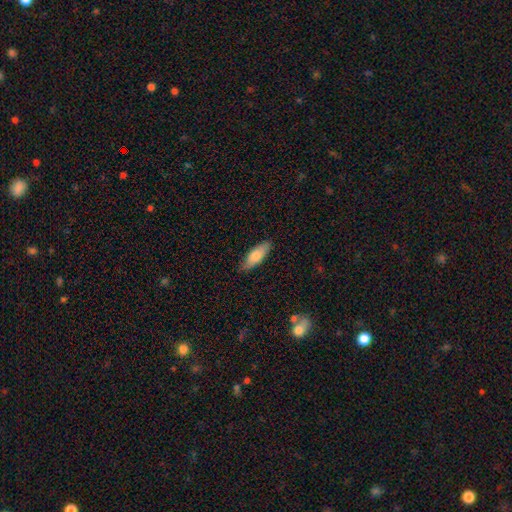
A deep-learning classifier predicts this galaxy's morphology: Smooth or featured: smooth — 77% (featured or disk — 18%)
How rounded: in between — 64% (cigar-shaped — 34%)
Merging: none — 84% (minor disturbance — 12%)